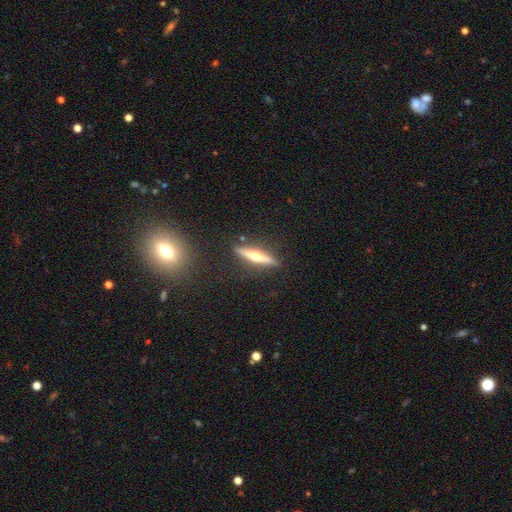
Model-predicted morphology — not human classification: smooth_or_featured: featured or disk (p=0.64) [alt: smooth p=0.29]
disk_edge_on: yes (p=0.97) [alt: no p=0.03]
edge_on_bulge: rounded (p=0.89) [alt: none p=0.06]
merging: none (p=0.87) [alt: minor disturbance p=0.08]